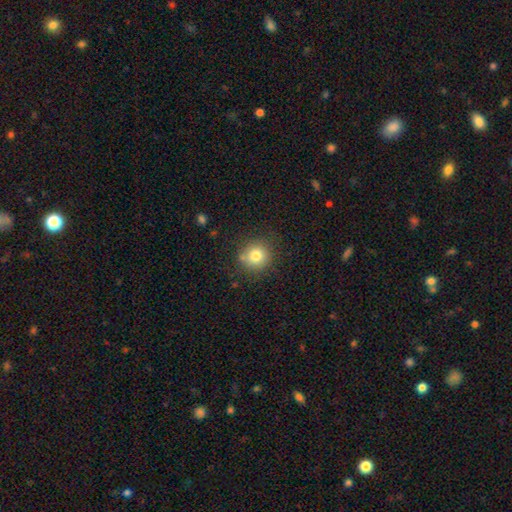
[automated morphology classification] A smooth galaxy with no disk features (80%) that is round (88%).

Vote fractions:
- Smooth or featured? smooth: 80% / star or artifact: 11% / featured or disk: 9%
- How rounded? round: 88% / in between: 11% / cigar-shaped: 1%
- Merging? none: 81% / minor disturbance: 12% / major disturbance: 4% / merger: 3%